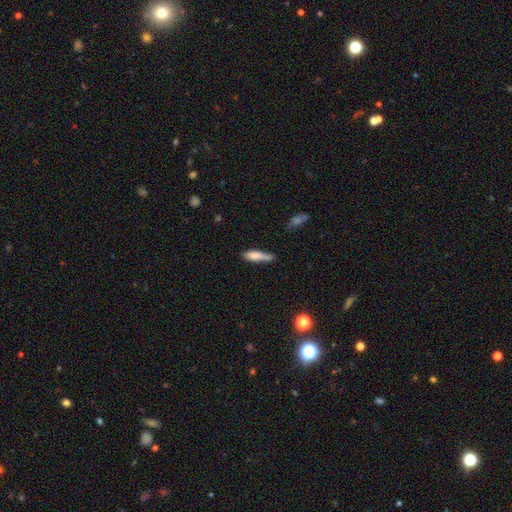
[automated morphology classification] Smooth or featured? smooth (78%)
How rounded? cigar-shaped (67%)
Merging? none (53%)